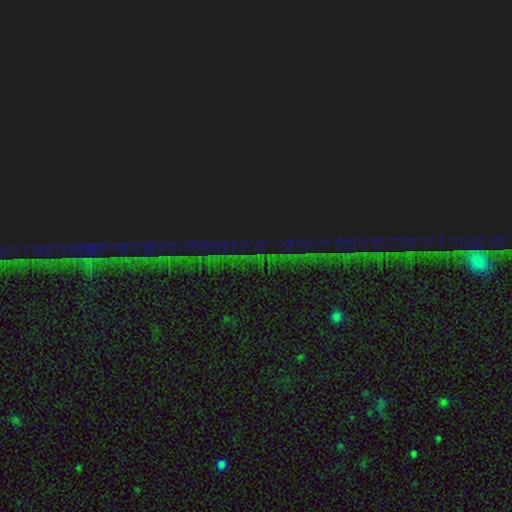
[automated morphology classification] Overall: star or artifact (85%).